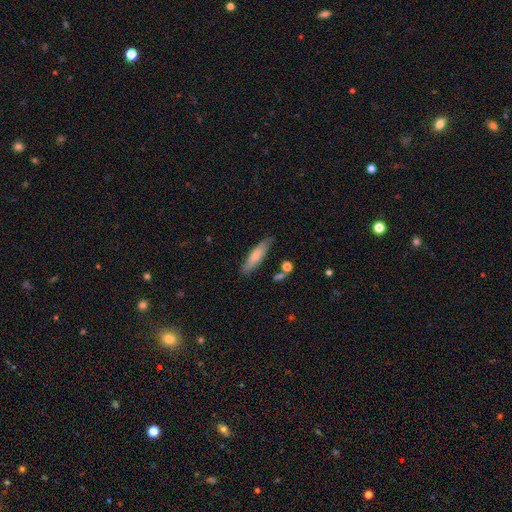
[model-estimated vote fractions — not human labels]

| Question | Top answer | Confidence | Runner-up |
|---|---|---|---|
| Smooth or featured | smooth | 71% | featured or disk (22%) |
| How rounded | cigar-shaped | 70% | in between (28%) |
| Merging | none | 78% | minor disturbance (16%) |